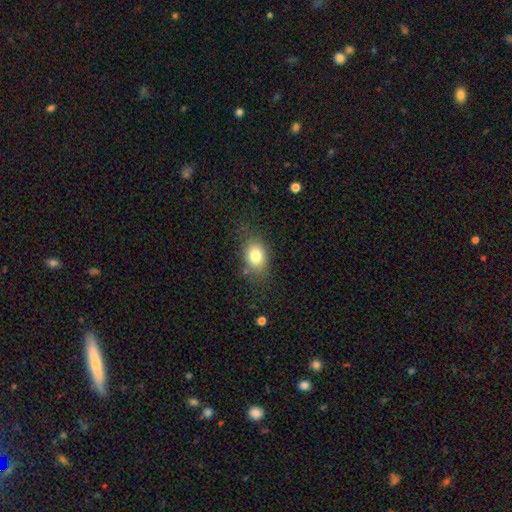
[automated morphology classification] A smooth galaxy with no disk features (79%) that is in between round and cigar-shaped (71%). Merging: none (73%).